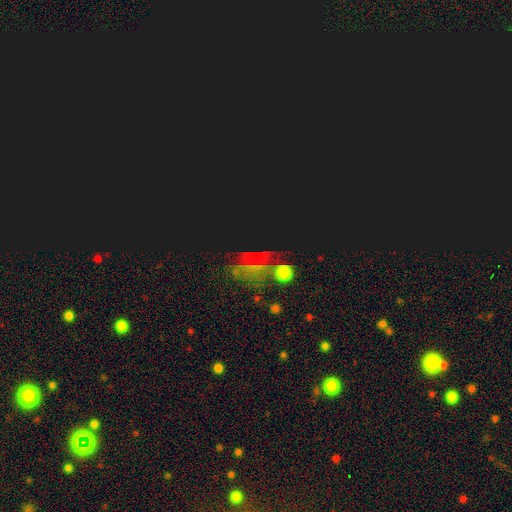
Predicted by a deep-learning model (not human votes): The model was most divided on "smooth or featured": star or artifact: 61%, smooth: 24%, featured or disk: 15%.